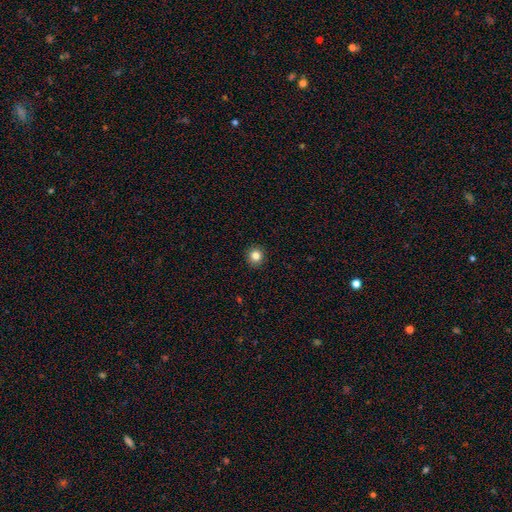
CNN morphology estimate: smooth 82%, star or artifact 11%, featured or disk 6%. Down the decision tree: how rounded — round (93%); merging — none (93%).